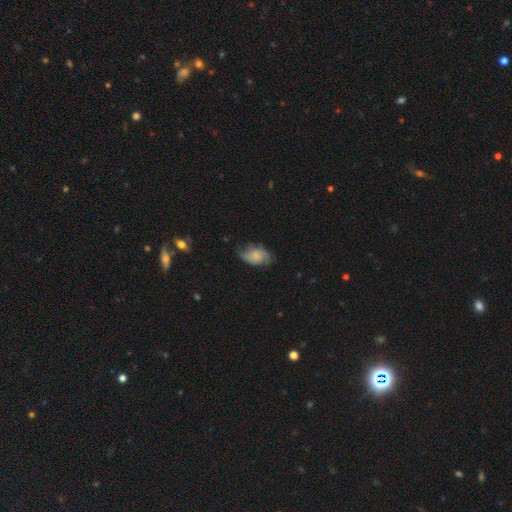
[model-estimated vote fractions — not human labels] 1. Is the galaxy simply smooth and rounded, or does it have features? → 56% smooth, 36% featured or disk, 8% star or artifact.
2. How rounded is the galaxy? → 87% in between, 11% round, 2% cigar-shaped.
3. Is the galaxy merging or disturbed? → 55% none, 32% minor disturbance, 11% major disturbance, 1% merger.